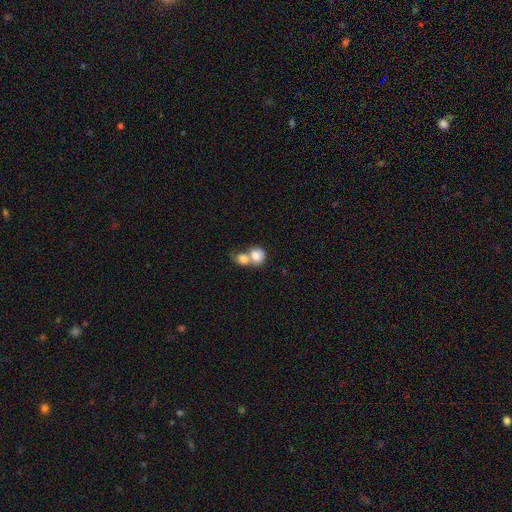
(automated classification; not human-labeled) smooth_or_featured: smooth (p=0.77) [alt: featured or disk p=0.16]
how_rounded: round (p=0.61) [alt: in between p=0.38]
merging: merger (p=0.74) [alt: none p=0.16]